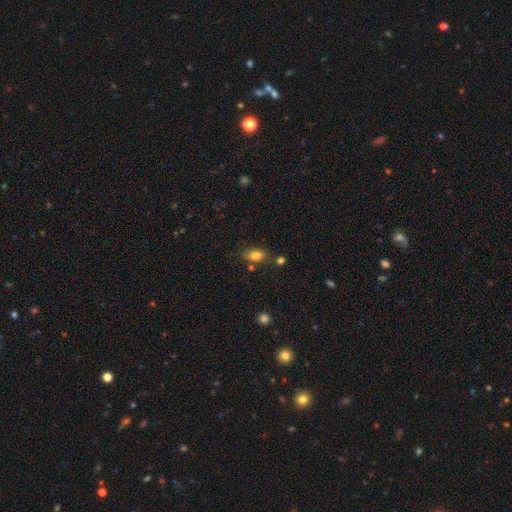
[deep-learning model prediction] A smooth galaxy with no disk features (80%) that is in between round and cigar-shaped (84%).

Vote fractions:
- Smooth or featured? smooth: 80% / featured or disk: 10% / star or artifact: 10%
- How rounded? in between: 84% / round: 11% / cigar-shaped: 5%
- Merging? none: 73% / minor disturbance: 16% / merger: 7% / major disturbance: 4%